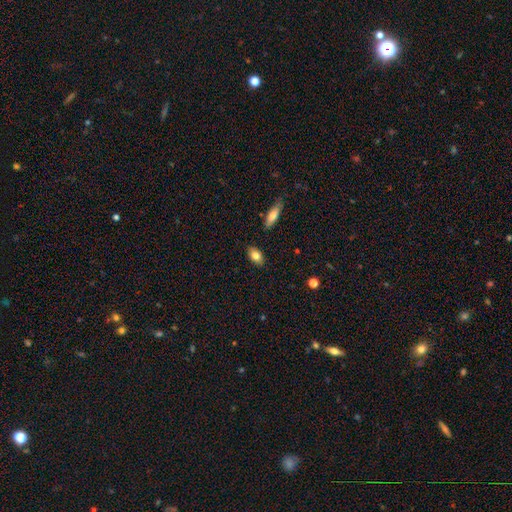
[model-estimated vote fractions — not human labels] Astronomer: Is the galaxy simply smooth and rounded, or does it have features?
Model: smooth — 80%.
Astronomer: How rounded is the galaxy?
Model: in between — 89%.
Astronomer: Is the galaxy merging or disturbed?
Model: none — 87%.